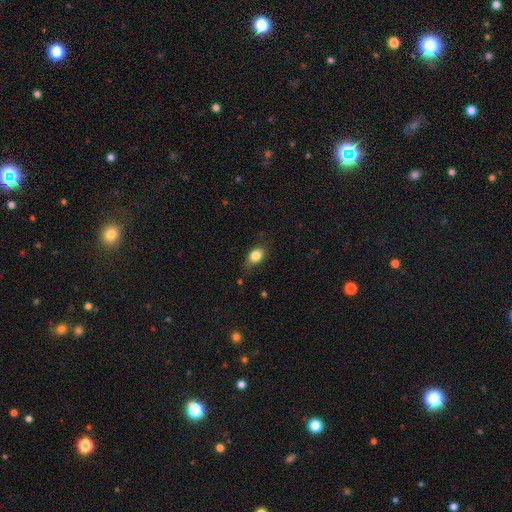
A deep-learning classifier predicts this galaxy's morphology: Smooth or featured?
  - smooth: 83% *
  - star or artifact: 9%
  - featured or disk: 8%
How rounded?
  - in between: 69% *
  - round: 28%
  - cigar-shaped: 2%
Merging?
  - none: 70% *
  - minor disturbance: 22%
  - major disturbance: 6%
  - merger: 1%